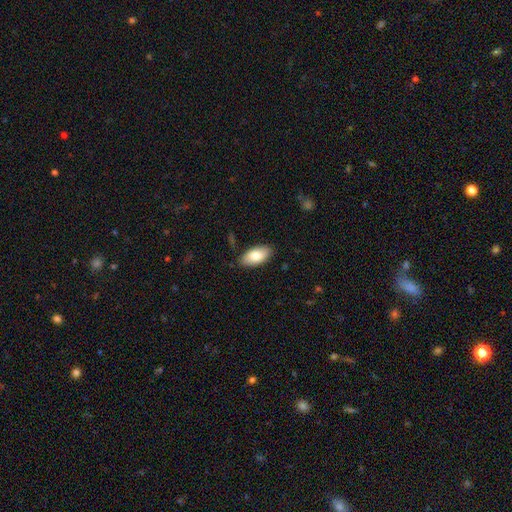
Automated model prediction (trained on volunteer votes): This is likely a smooth galaxy (80%). How rounded: clearly in between (93%). Merging: clearly none (86%).